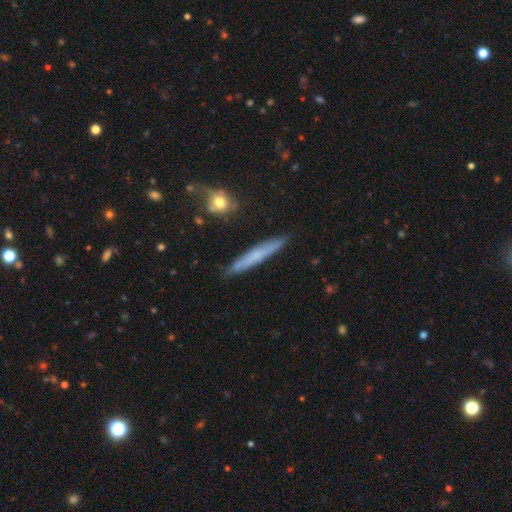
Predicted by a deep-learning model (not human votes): A smooth galaxy with no disk features (56%) that is cigar-shaped (95%).

Vote fractions:
- Smooth or featured? smooth: 56% / featured or disk: 37% / star or artifact: 7%
- How rounded? cigar-shaped: 95% / in between: 3% / round: 2%
- Merging? none: 87% / minor disturbance: 9% / merger: 2% / major disturbance: 2%